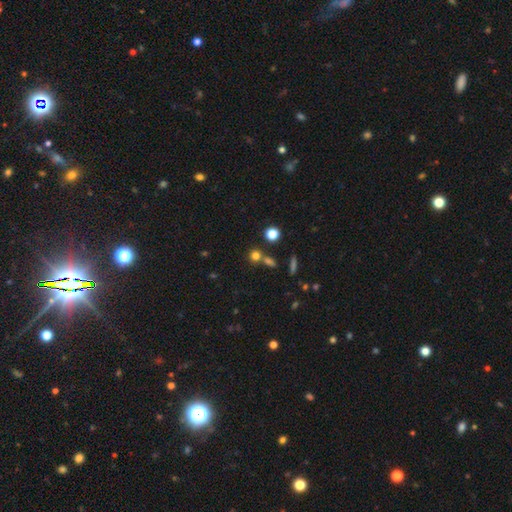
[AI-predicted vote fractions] Morphology: type=smooth (74%); roundness=round (88%); merging=none (63%).